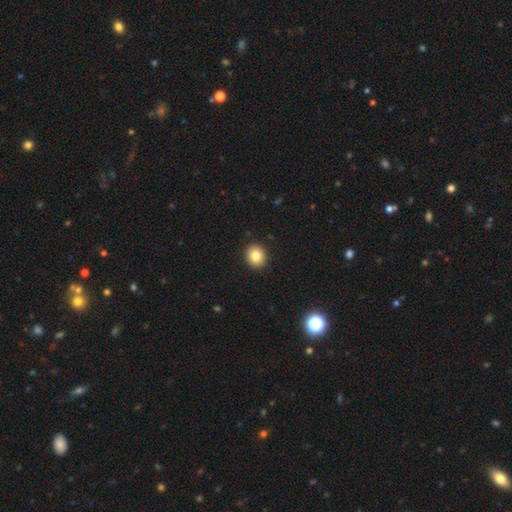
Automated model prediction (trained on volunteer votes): Smooth or featured? smooth (82%)
How rounded? round (74%)
Merging? none (92%)